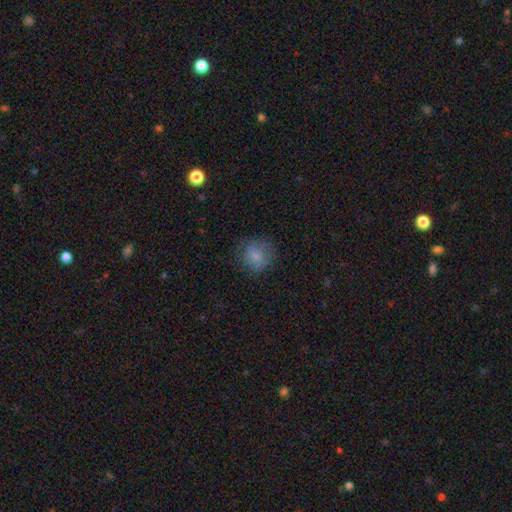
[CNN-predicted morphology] smooth-or-featured: smooth: 79% | featured or disk: 12% | star or artifact: 9%
  how-rounded: round: 84% | in between: 15% | cigar-shaped: 1%
  merging: none: 72% | minor disturbance: 19% | major disturbance: 8% | merger: 1%